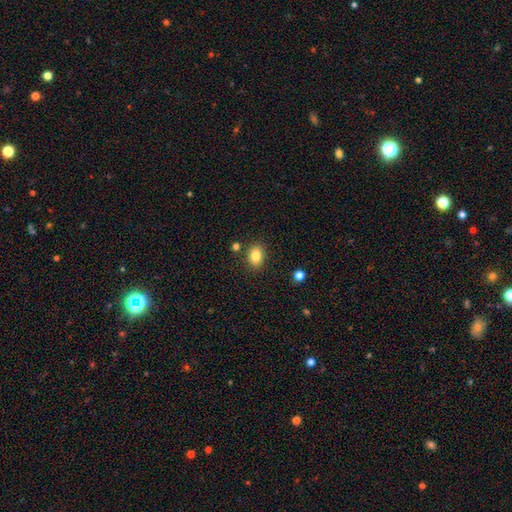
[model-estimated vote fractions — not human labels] Smooth or featured? smooth (83%)
How rounded? in between (72%)
Merging? none (84%)